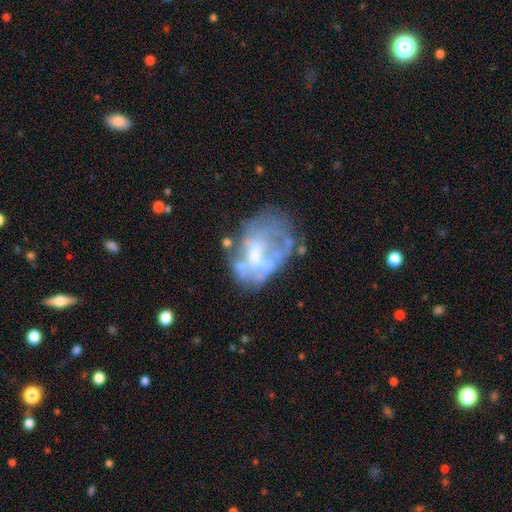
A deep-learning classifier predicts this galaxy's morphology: type=featured or disk (63%); edge-on=no (97%); bar=no (67%); spiral arms=no (81%); bulge=none (35%); merging=none (39%).